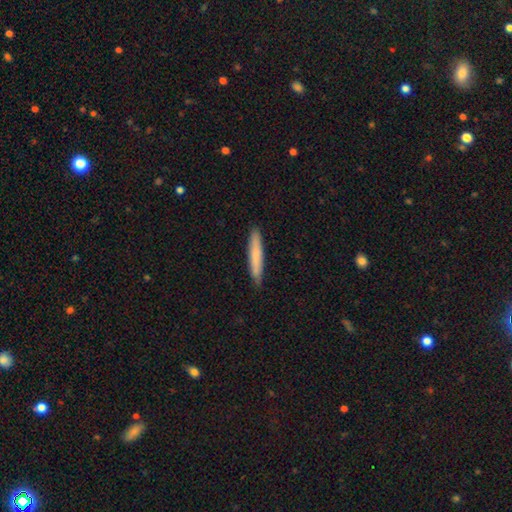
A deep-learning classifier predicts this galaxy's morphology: A smooth galaxy with no disk features (74%) that is cigar-shaped (93%). Merging: none (89%).